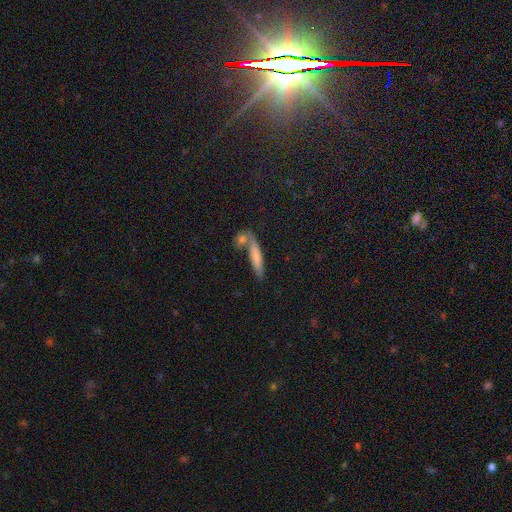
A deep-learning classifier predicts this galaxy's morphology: A smooth galaxy with no disk features (69%) that is cigar-shaped (86%).

Vote fractions:
- Smooth or featured? smooth: 69% / featured or disk: 23% / star or artifact: 8%
- How rounded? cigar-shaped: 86% / in between: 12% / round: 2%
- Merging? none: 60% / merger: 23% / minor disturbance: 12% / major disturbance: 5%